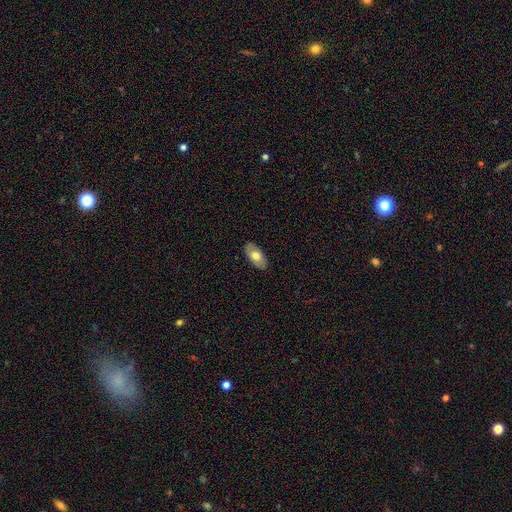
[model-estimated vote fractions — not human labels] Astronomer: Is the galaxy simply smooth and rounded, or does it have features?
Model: smooth — 65%.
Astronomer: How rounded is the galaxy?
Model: in between — 93%.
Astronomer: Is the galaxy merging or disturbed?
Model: none — 87%.